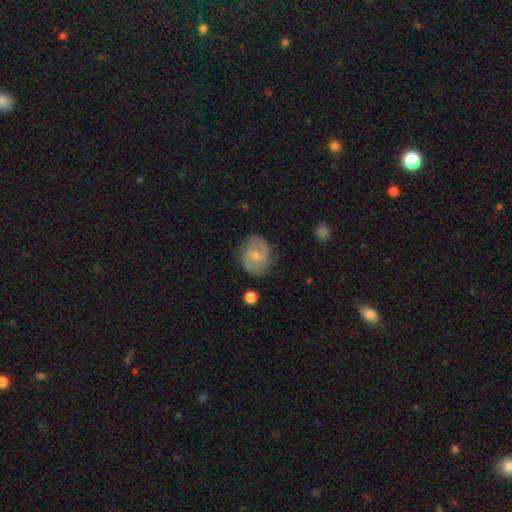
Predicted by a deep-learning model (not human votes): Q: Smooth or featured?
A: featured or disk (63%); runner-up: smooth (31%)
Q: Edge-on disk?
A: no (97%); runner-up: yes (3%)
Q: Bar?
A: weak (46%); runner-up: no (45%)
Q: Spiral arms?
A: yes (87%); runner-up: no (13%)
Q: Spiral winding?
A: medium (49%); runner-up: loose (27%)
Q: Spiral arm count?
A: 2 (83%); runner-up: can't tell (10%)
Q: Bulge size?
A: small (62%); runner-up: moderate (31%)
Q: Merging?
A: none (72%); runner-up: minor disturbance (20%)